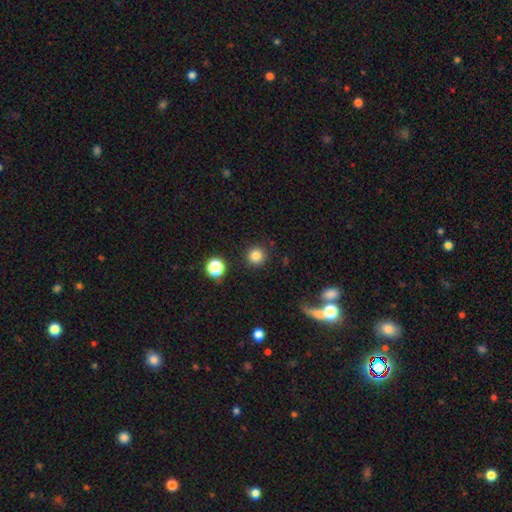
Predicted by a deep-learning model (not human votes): This appears to be a smooth galaxy with no disk features (83%) that is round (93%). Merging: none (89%).